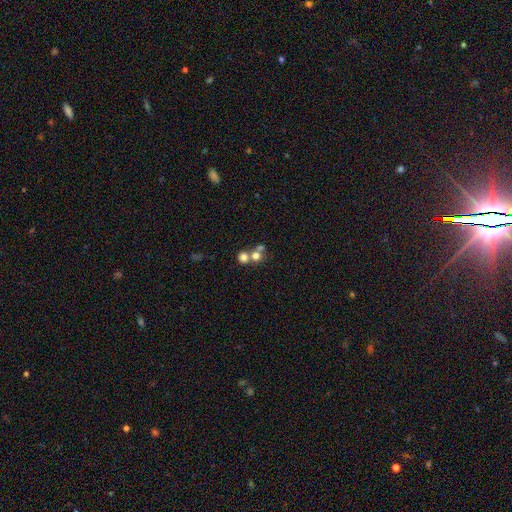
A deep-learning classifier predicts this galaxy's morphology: A smooth galaxy with no disk features (71%) that is round (85%). Merging: merger (49%).